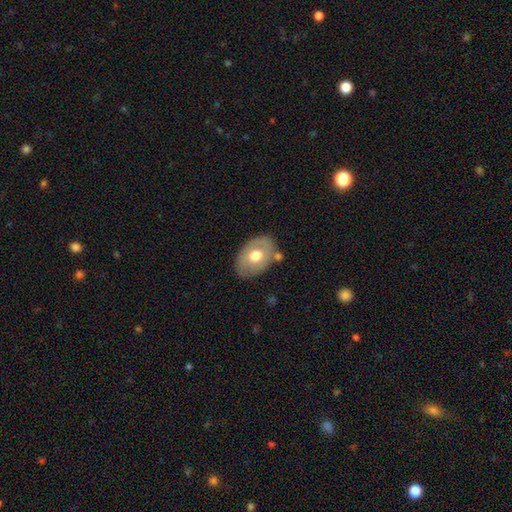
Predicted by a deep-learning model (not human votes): A smooth galaxy with no disk features (58%) that is in between round and cigar-shaped (82%). Merging: none (73%).